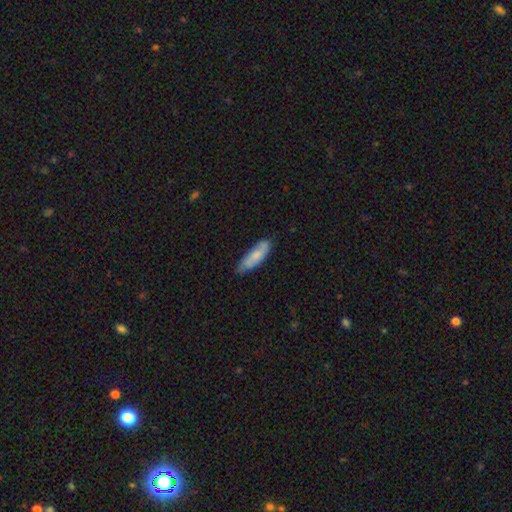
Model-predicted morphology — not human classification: A smooth galaxy with no disk features (65%) that is in between round and cigar-shaped (51%). Merging: none (72%).